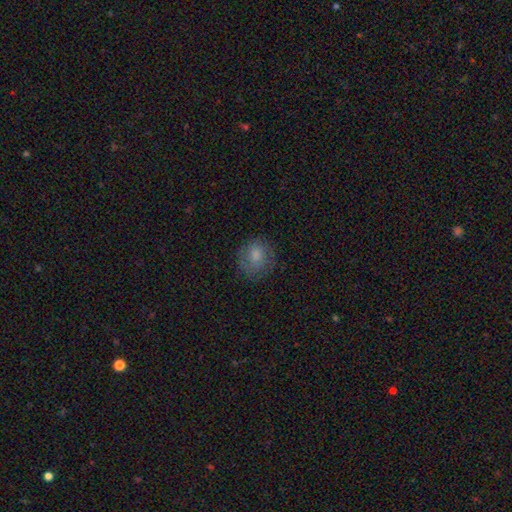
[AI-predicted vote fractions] smooth-or-featured: smooth: 75% | featured or disk: 16% | star or artifact: 9%
  how-rounded: round: 79% | in between: 20% | cigar-shaped: 1%
  merging: none: 77% | minor disturbance: 16% | major disturbance: 6% | merger: 1%